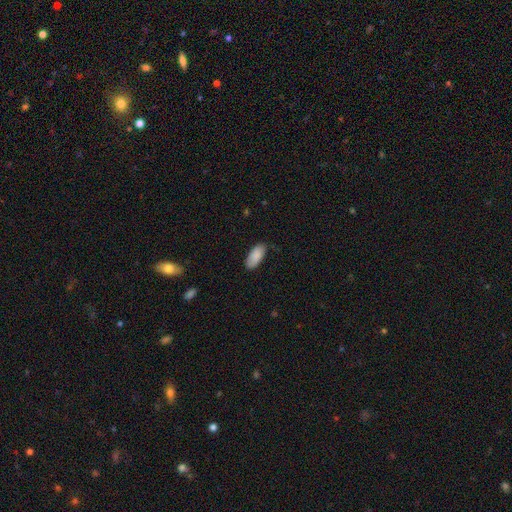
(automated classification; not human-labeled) Smooth or featured? smooth (87%)
How rounded? in between (91%)
Merging? none (77%)